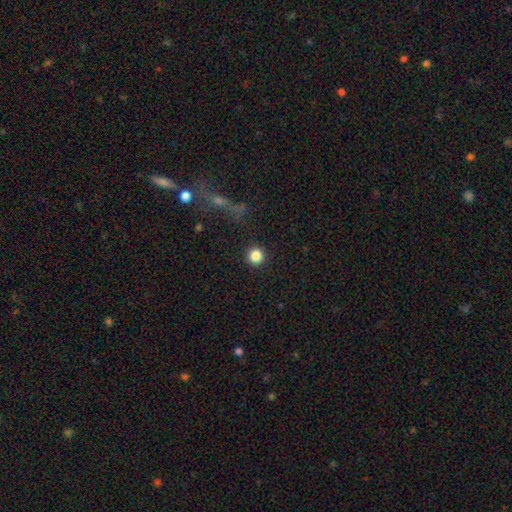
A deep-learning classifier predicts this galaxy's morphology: type=smooth (85%); roundness=round (95%); merging=none (92%).